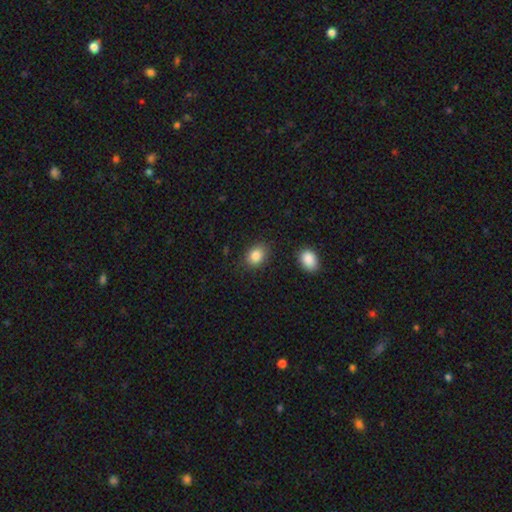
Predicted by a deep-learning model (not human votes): Q: Smooth or featured?
A: smooth (86%); runner-up: star or artifact (9%)
Q: How rounded?
A: in between (65%); runner-up: round (34%)
Q: Merging?
A: none (83%); runner-up: minor disturbance (12%)